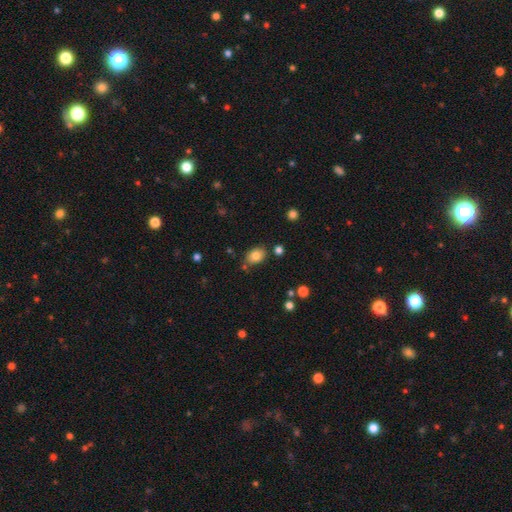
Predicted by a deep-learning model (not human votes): A smooth galaxy with no disk features (82%) that is in between round and cigar-shaped (72%). Merging: none (76%).